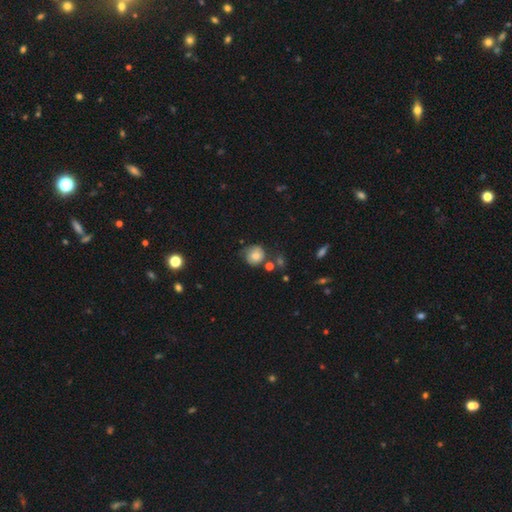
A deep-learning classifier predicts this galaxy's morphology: This is likely a smooth galaxy (65%). How rounded: clearly round (86%). Merging: possibly none (58%).